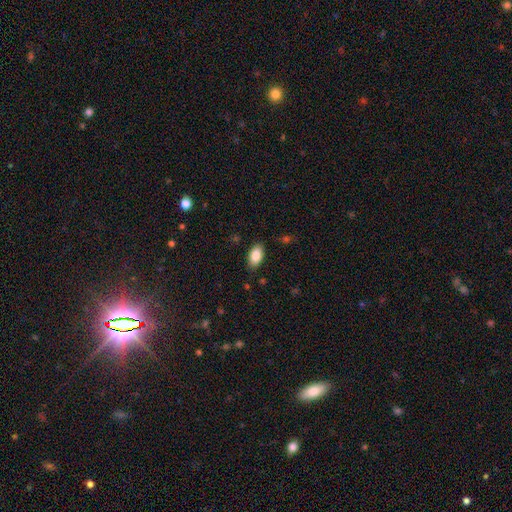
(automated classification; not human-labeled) The model was most divided on "merging": none: 86%, minor disturbance: 11%, major disturbance: 2%, merger: 1%. More confident: how rounded — in between (93%); smooth or featured — smooth (85%).